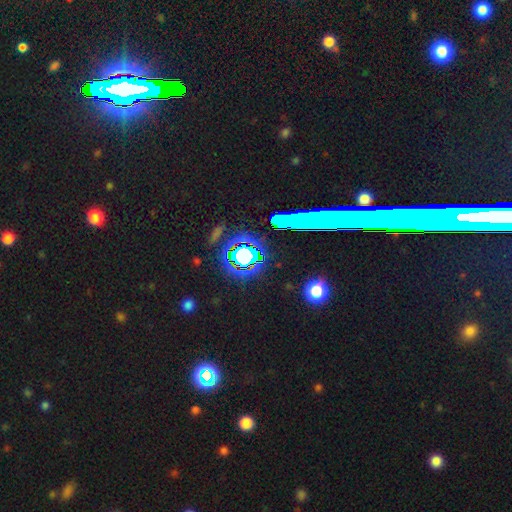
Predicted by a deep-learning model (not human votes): Smooth or featured: star or artifact — 77% (smooth — 12%)